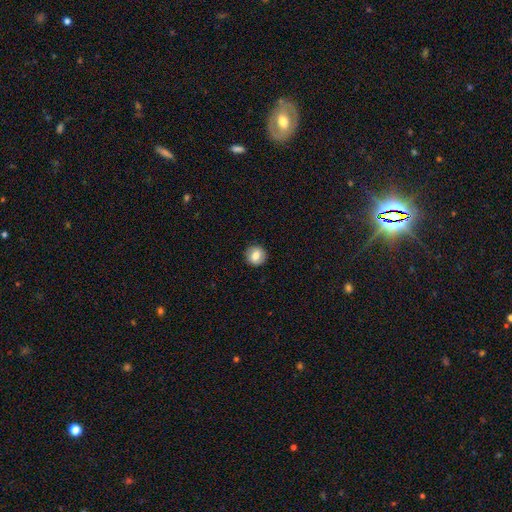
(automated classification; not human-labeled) smooth-or-featured: smooth: 77% | featured or disk: 14% | star or artifact: 9%
  how-rounded: round: 89% | in between: 10% | cigar-shaped: 1%
  merging: none: 90% | minor disturbance: 7% | major disturbance: 2% | merger: 1%